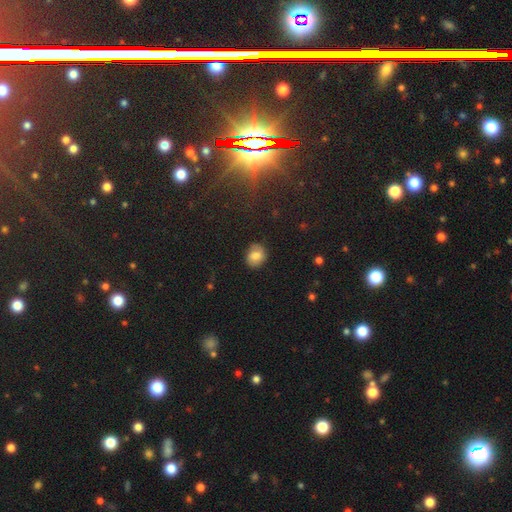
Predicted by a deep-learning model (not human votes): The model was most divided on "how rounded": round: 60%, in between: 39%, cigar-shaped: 1%. More confident: merging — none (82%); smooth or featured — smooth (76%).